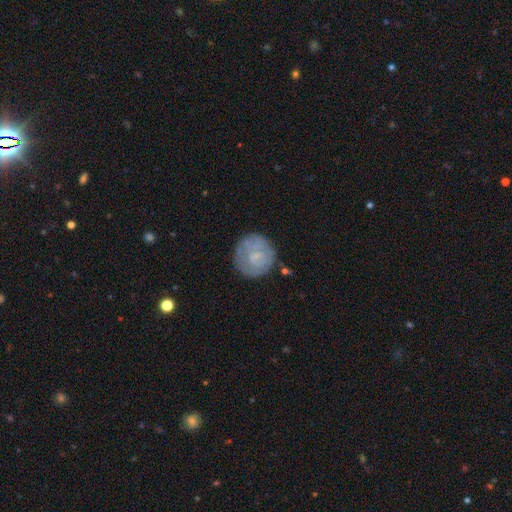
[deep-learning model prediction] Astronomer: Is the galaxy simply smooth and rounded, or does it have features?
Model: smooth — 49% (runner-up: featured or disk, 43%).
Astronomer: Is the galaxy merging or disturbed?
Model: none — 73%.